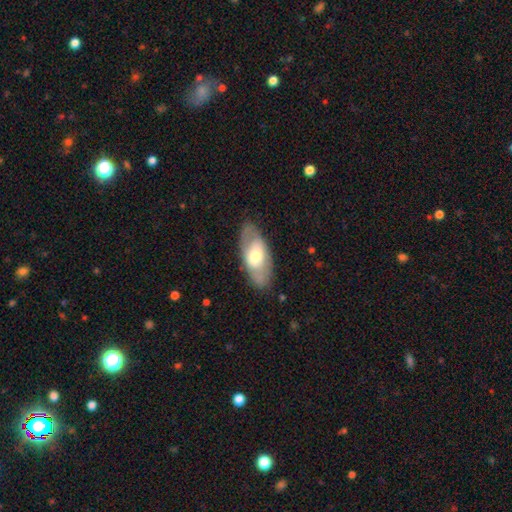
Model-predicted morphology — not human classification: The model was most divided on "smooth or featured": featured or disk: 48%, smooth: 47%, star or artifact: 6%. More confident: merging — none (79%).